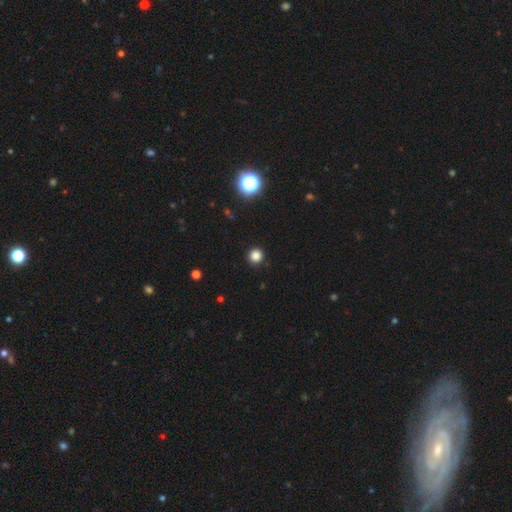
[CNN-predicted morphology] Smooth or featured: smooth — 82% (star or artifact — 14%)
How rounded: round — 95% (in between — 4%)
Merging: none — 93% (minor disturbance — 4%)